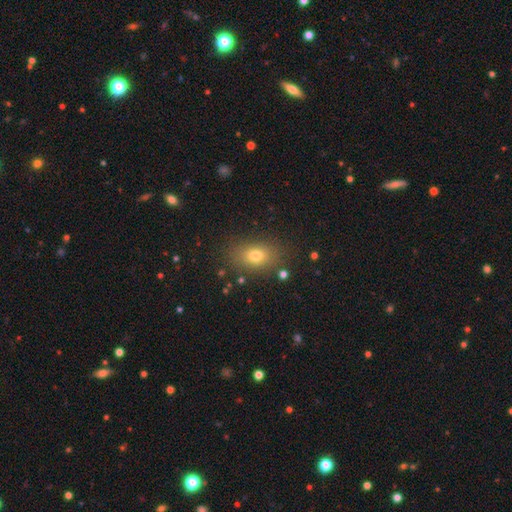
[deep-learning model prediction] smooth-or-featured: smooth: 75% | star or artifact: 13% | featured or disk: 12%
  how-rounded: in between: 76% | round: 22% | cigar-shaped: 2%
  merging: none: 83% | minor disturbance: 11% | major disturbance: 4% | merger: 2%